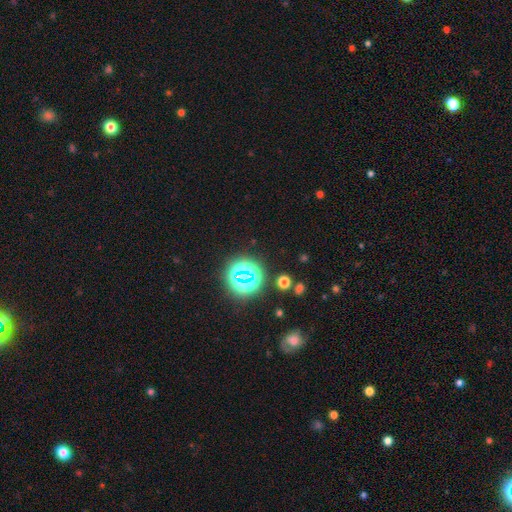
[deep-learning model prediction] Smooth or featured? Predicted: star or artifact (p=0.78).